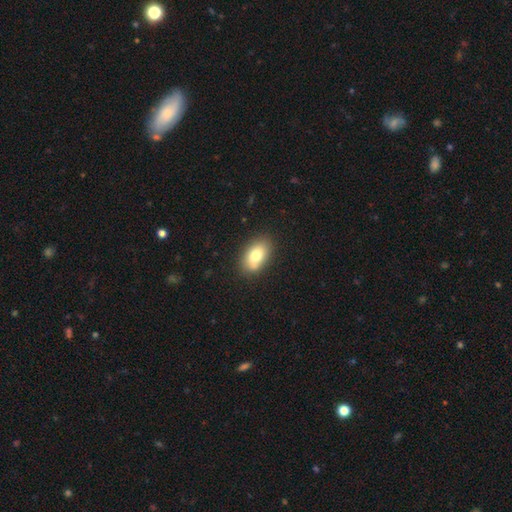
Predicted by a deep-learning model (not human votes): The model was most divided on "smooth or featured": smooth: 77%, featured or disk: 15%, star or artifact: 8%. More confident: how rounded — in between (90%); merging — none (79%).